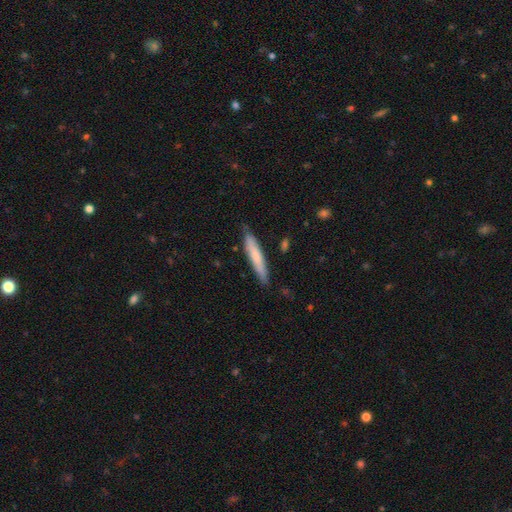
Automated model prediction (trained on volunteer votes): Smooth or featured? Predicted: smooth (p=0.67). How rounded? Predicted: cigar-shaped (p=0.92). Merging? Predicted: none (p=0.83).